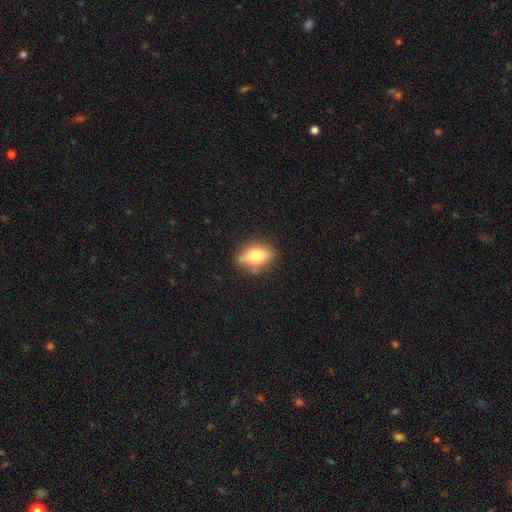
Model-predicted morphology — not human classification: A smooth galaxy with no disk features (75%) that is in between round and cigar-shaped (80%).

Vote fractions:
- Smooth or featured? smooth: 75% / featured or disk: 17% / star or artifact: 8%
- How rounded? in between: 80% / round: 15% / cigar-shaped: 5%
- Merging? none: 72% / minor disturbance: 19% / major disturbance: 4% / merger: 4%